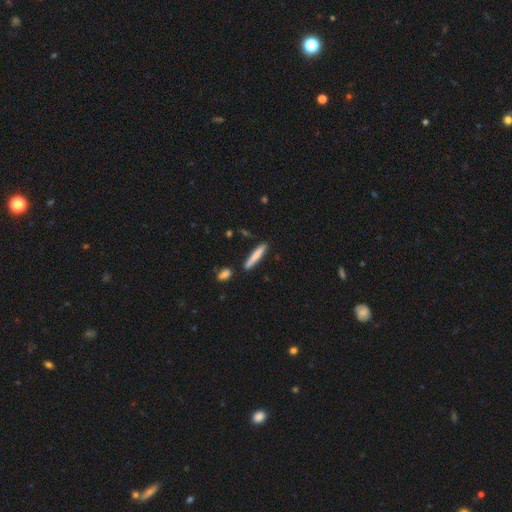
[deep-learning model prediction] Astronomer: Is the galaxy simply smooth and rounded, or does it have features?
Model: smooth — 76%.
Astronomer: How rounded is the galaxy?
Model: cigar-shaped — 93%.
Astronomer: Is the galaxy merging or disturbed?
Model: none — 86%.